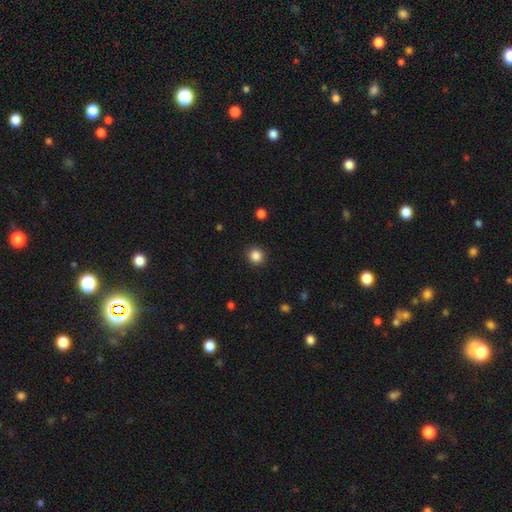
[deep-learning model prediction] A smooth galaxy with no disk features (86%) that is round (91%).

Vote fractions:
- Smooth or featured? smooth: 86% / star or artifact: 11% / featured or disk: 4%
- How rounded? round: 91% / in between: 8% / cigar-shaped: 1%
- Merging? none: 92% / minor disturbance: 5% / major disturbance: 2% / merger: 1%